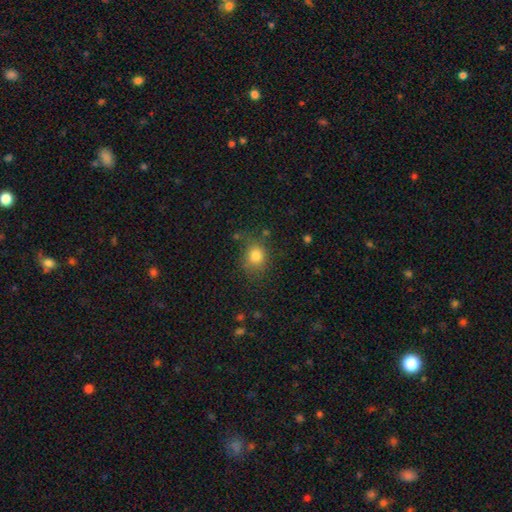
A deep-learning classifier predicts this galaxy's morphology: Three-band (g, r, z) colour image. It shows a smooth galaxy with no disk features (81%) that is round (66%). Merging: none (67%).